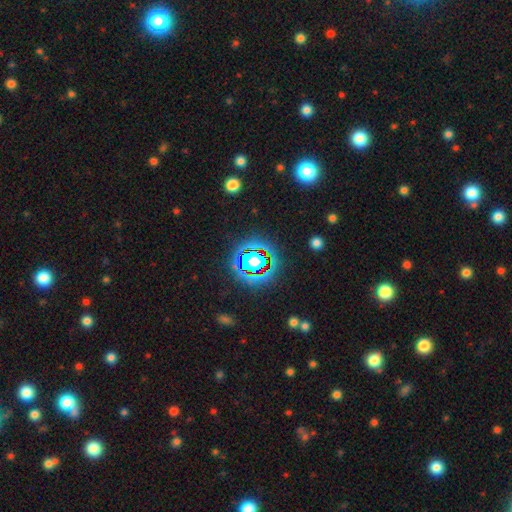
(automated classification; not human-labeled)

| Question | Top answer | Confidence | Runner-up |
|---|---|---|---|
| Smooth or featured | star or artifact | 78% | smooth (13%) |